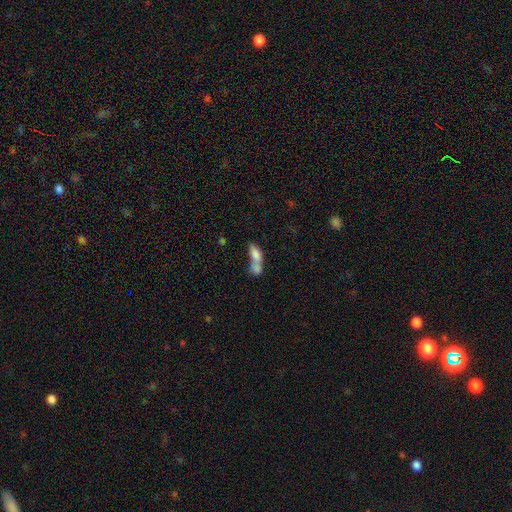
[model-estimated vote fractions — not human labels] A smooth galaxy with no disk features (71%) that is in between round and cigar-shaped (74%).

Vote fractions:
- Smooth or featured? smooth: 71% / featured or disk: 19% / star or artifact: 10%
- How rounded? in between: 74% / cigar-shaped: 16% / round: 9%
- Merging? merger: 72% / none: 16% / minor disturbance: 6% / major disturbance: 5%